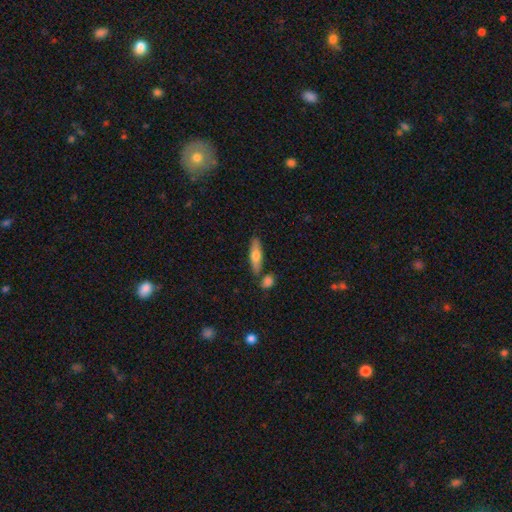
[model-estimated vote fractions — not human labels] Q: Smooth or featured?
A: smooth (60%); runner-up: featured or disk (35%)
Q: How rounded?
A: cigar-shaped (61%); runner-up: in between (36%)
Q: Merging?
A: none (77%); runner-up: minor disturbance (11%)